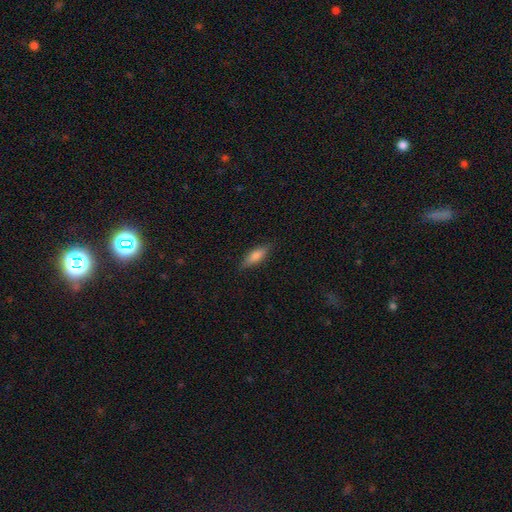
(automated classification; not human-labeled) Q: Smooth or featured?
A: smooth (66%); runner-up: featured or disk (27%)
Q: How rounded?
A: in between (50%); runner-up: cigar-shaped (47%)
Q: Merging?
A: none (83%); runner-up: minor disturbance (13%)